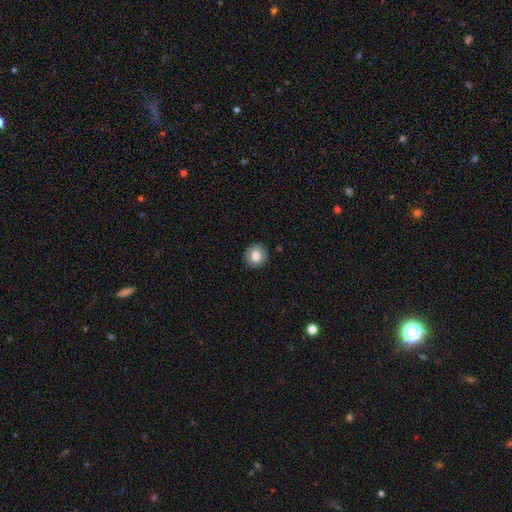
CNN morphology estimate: Q: Smooth or featured?
A: smooth (78%); runner-up: featured or disk (14%)
Q: How rounded?
A: round (81%); runner-up: in between (18%)
Q: Merging?
A: none (88%); runner-up: minor disturbance (8%)